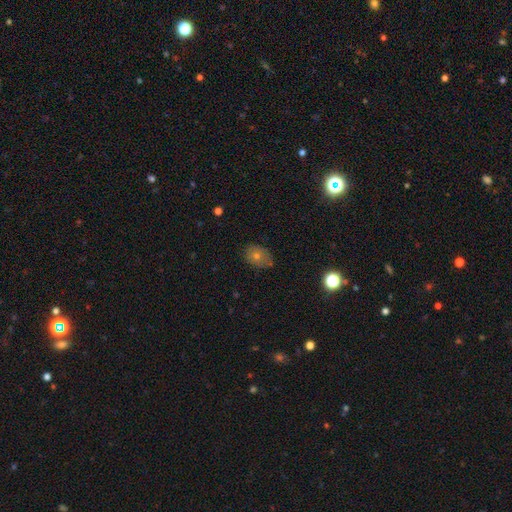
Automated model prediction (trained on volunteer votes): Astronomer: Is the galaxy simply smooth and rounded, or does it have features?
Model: smooth — 58%.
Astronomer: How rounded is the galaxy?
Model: in between — 59% (runner-up: round, 40%).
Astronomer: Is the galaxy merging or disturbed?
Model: none — 75%.